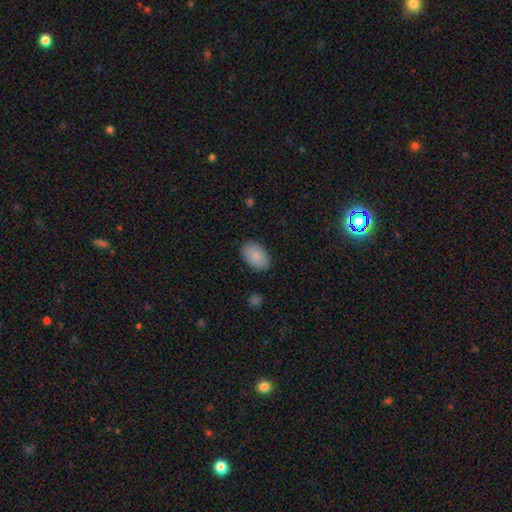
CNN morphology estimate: This is clearly a smooth galaxy (86%). How rounded: clearly in between (91%). Merging: clearly none (87%).